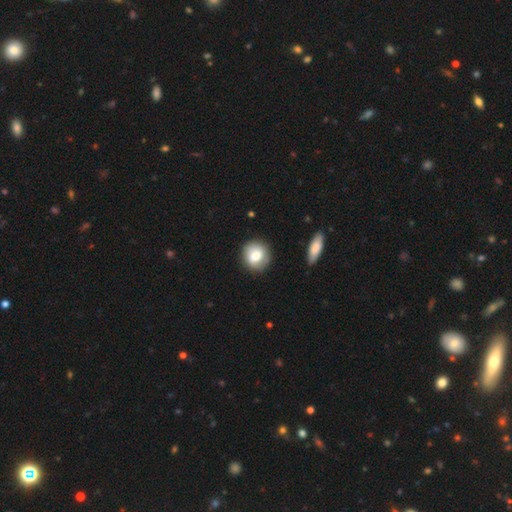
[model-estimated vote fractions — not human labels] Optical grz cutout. It shows a smooth galaxy with no disk features (75%) that is round (81%). Merging: none (81%).